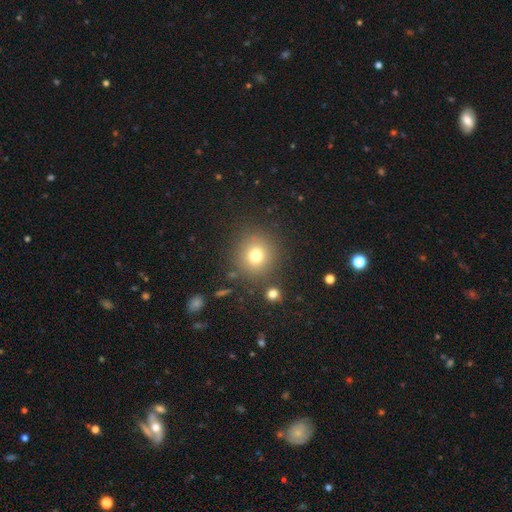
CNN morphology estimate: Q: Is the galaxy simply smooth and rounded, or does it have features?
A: smooth — 74%.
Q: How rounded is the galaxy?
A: round — 91%.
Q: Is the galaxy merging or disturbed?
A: none — 84%.